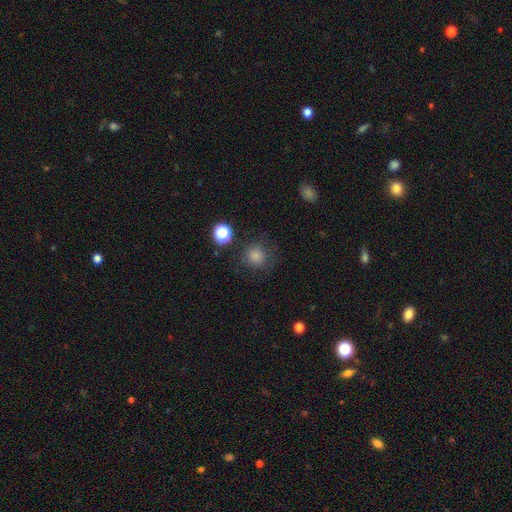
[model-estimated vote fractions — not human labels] Smooth or featured? smooth (81%)
How rounded? round (91%)
Merging? none (79%)